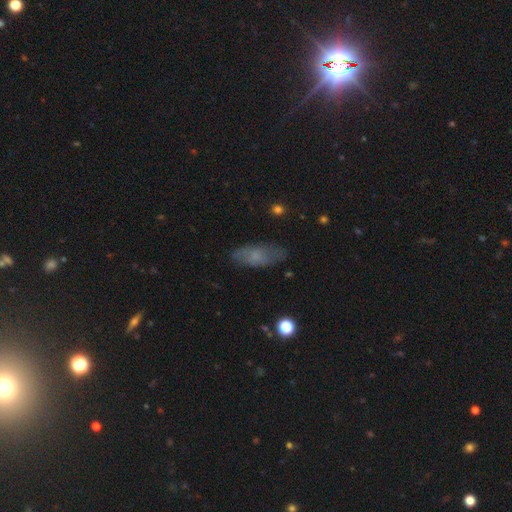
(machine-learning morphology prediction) This appears to be a smooth galaxy with no disk features (60%) that is in between round and cigar-shaped (79%). Merging: none (75%).